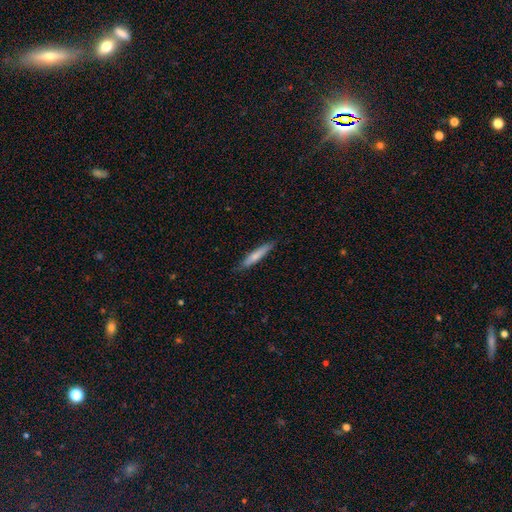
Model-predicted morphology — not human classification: A smooth galaxy with no disk features (69%) that is cigar-shaped (92%). Merging: none (84%).